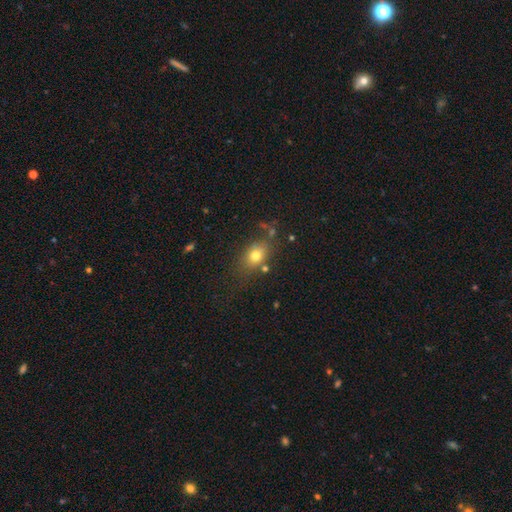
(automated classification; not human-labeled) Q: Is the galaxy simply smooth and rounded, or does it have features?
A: smooth — 75%.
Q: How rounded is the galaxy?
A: in between — 66%.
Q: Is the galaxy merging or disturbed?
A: none — 69%.